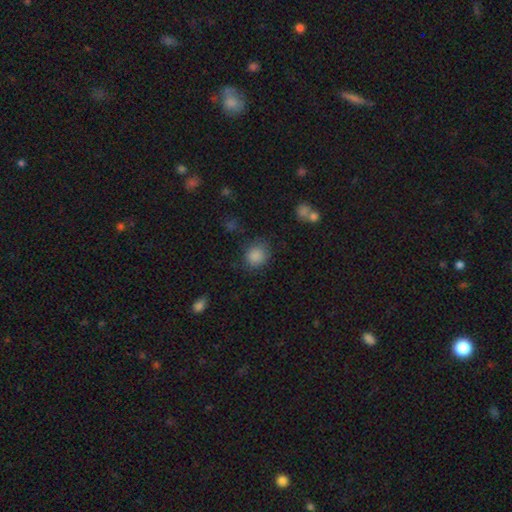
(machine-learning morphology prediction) The model was most divided on "how rounded": round: 77%, in between: 22%, cigar-shaped: 1%. More confident: smooth or featured — smooth (86%); merging — none (77%).